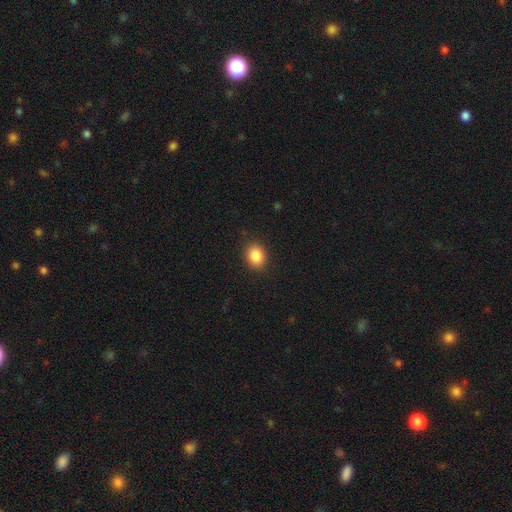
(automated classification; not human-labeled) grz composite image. It shows a smooth galaxy with no disk features (86%) that is in between round and cigar-shaped (52%). Merging: none (89%).